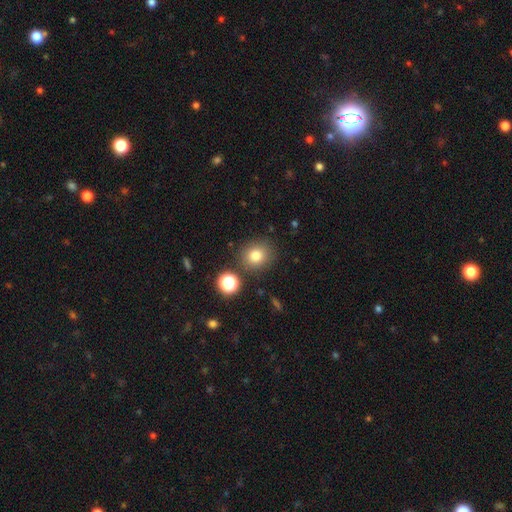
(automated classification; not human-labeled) smooth-or-featured: smooth: 79% | star or artifact: 13% | featured or disk: 8%
  how-rounded: round: 80% | in between: 19% | cigar-shaped: 1%
  merging: none: 82% | minor disturbance: 10% | merger: 5% | major disturbance: 3%